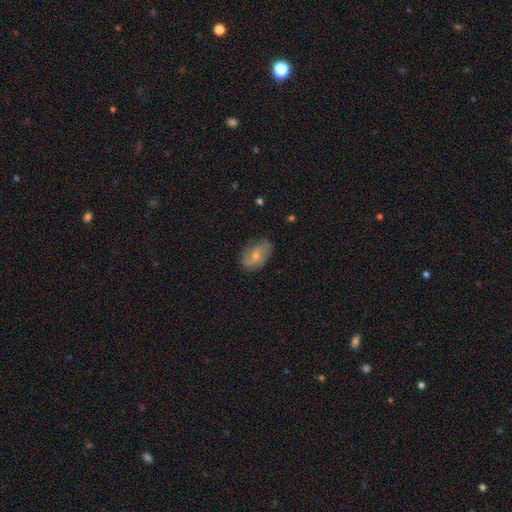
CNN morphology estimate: Smooth or featured?
  - featured or disk: 53% *
  - smooth: 39%
  - star or artifact: 8%
Edge-on disk?
  - no: 96% *
  - yes: 4%
Bar?
  - no: 65% *
  - weak: 29%
  - strong: 6%
Spiral arms?
  - yes: 84% *
  - no: 16%
Bulge size?
  - small: 64% *
  - moderate: 30%
  - none: 4%
  - large: 1%
  - dominant: 1%
Merging?
  - none: 69% *
  - minor disturbance: 22%
  - major disturbance: 7%
  - merger: 1%